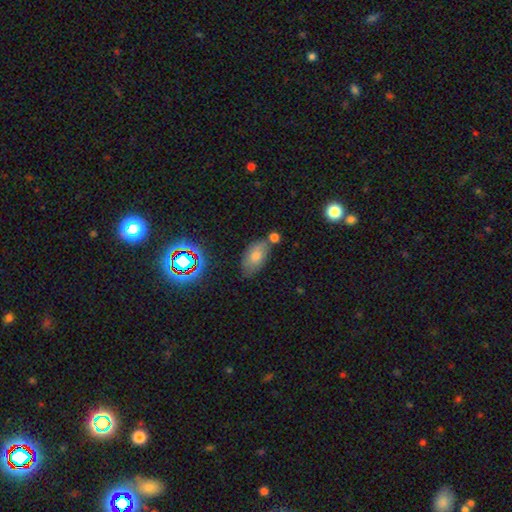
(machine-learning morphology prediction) Smooth or featured? smooth (64%)
How rounded? in between (88%)
Merging? none (64%)